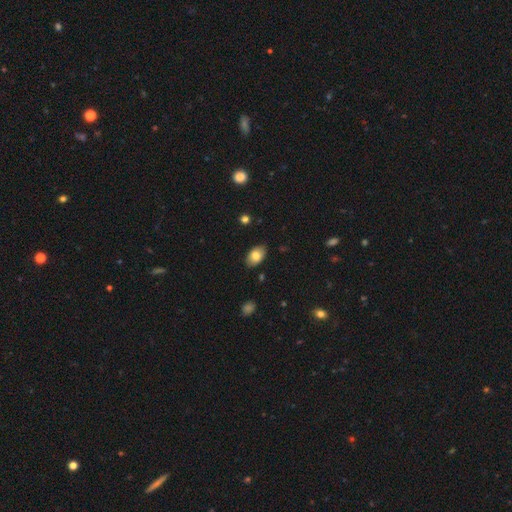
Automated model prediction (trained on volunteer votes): smooth_or_featured: smooth (p=0.80) [alt: featured or disk p=0.13]
how_rounded: in between (p=0.90) [alt: round p=0.08]
merging: none (p=0.85) [alt: minor disturbance p=0.12]